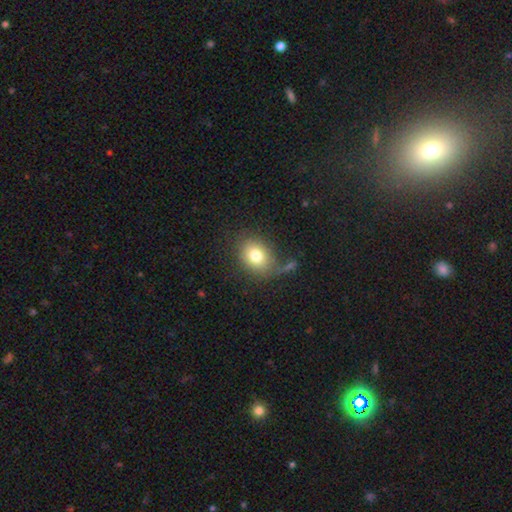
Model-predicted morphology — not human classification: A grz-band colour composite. It shows a smooth galaxy with no disk features (79%) that is in between round and cigar-shaped (52%). Merging: none (68%).